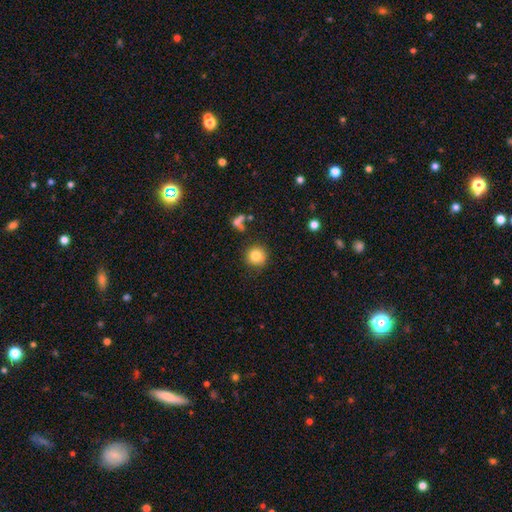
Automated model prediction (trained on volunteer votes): smooth-or-featured: smooth: 81% | star or artifact: 11% | featured or disk: 8%
  how-rounded: round: 93% | in between: 6% | cigar-shaped: 1%
  merging: none: 82% | minor disturbance: 10% | merger: 4% | major disturbance: 4%